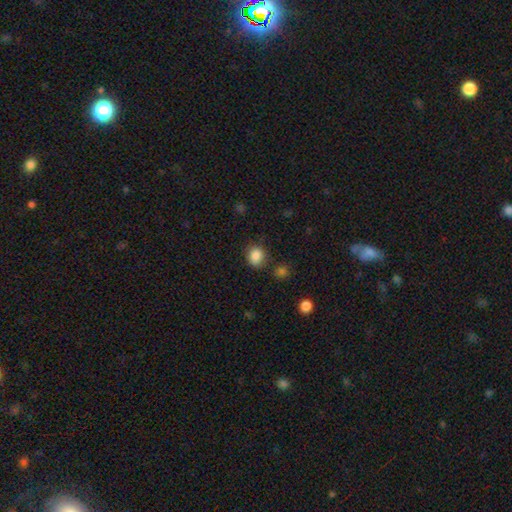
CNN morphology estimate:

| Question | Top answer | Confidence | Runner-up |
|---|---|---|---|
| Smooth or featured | smooth | 85% | star or artifact (10%) |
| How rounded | round | 66% | in between (33%) |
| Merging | none | 76% | minor disturbance (15%) |